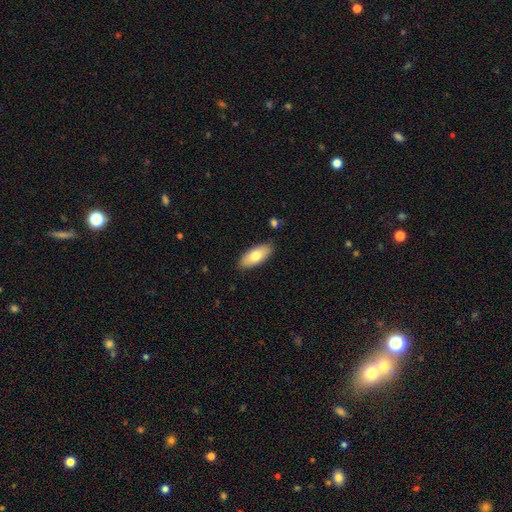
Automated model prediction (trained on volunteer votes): Q: Smooth or featured?
A: smooth (75%); runner-up: featured or disk (19%)
Q: How rounded?
A: in between (85%); runner-up: cigar-shaped (13%)
Q: Merging?
A: none (87%); runner-up: minor disturbance (10%)